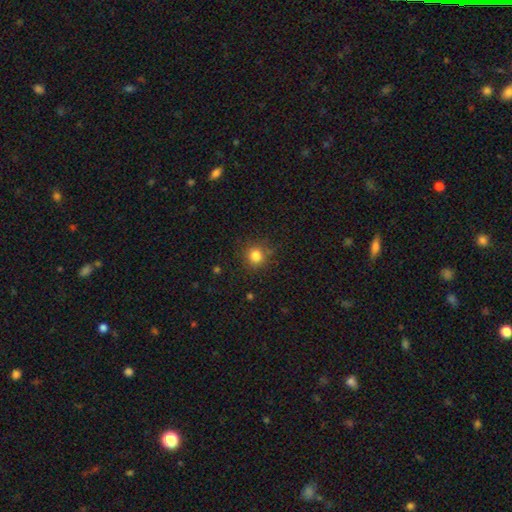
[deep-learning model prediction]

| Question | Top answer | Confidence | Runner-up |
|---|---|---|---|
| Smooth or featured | smooth | 82% | star or artifact (13%) |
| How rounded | round | 90% | in between (9%) |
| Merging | none | 85% | minor disturbance (10%) |